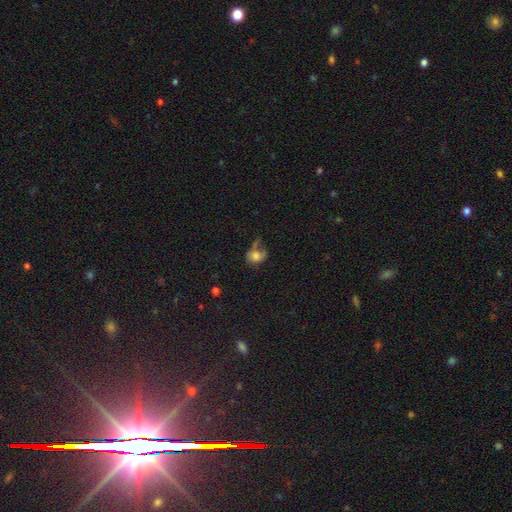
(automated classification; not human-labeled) A smooth galaxy with no disk features (67%) that is in between round and cigar-shaped (55%). Merging: major disturbance (32%).